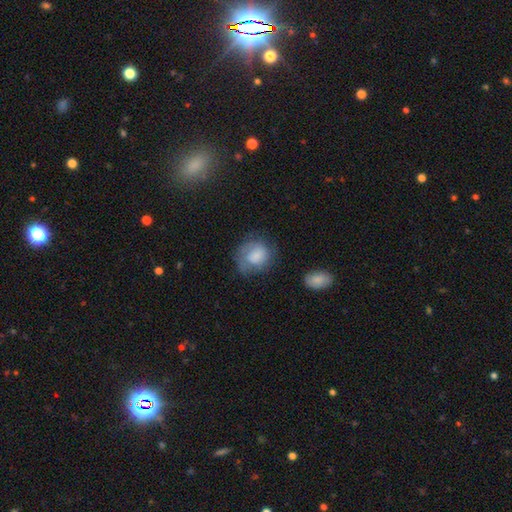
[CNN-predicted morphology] smooth 66%, featured or disk 26%, star or artifact 8%. Down the decision tree: how rounded — round (70%); merging — none (54%).